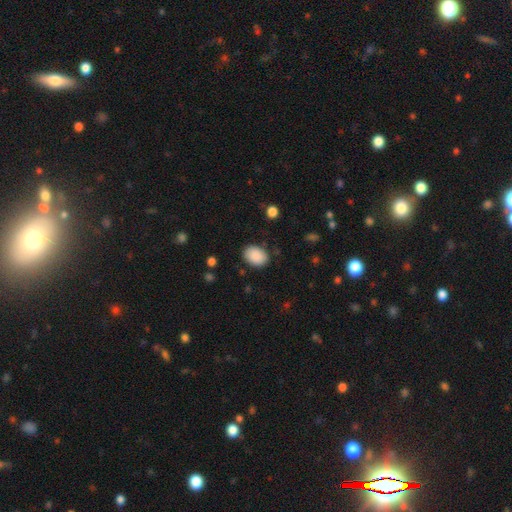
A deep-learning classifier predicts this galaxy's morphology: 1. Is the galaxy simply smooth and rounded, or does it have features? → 89% smooth, 7% star or artifact, 4% featured or disk.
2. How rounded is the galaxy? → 75% in between, 25% round, 1% cigar-shaped.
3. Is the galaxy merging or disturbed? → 84% none, 11% minor disturbance, 3% major disturbance, 1% merger.